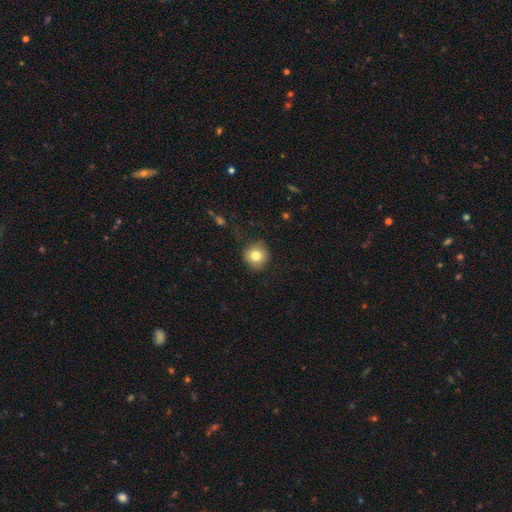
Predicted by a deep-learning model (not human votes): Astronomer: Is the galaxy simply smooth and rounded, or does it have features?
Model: smooth — 81%.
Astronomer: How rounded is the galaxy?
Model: round — 93%.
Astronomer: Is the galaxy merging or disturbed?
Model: none — 84%.